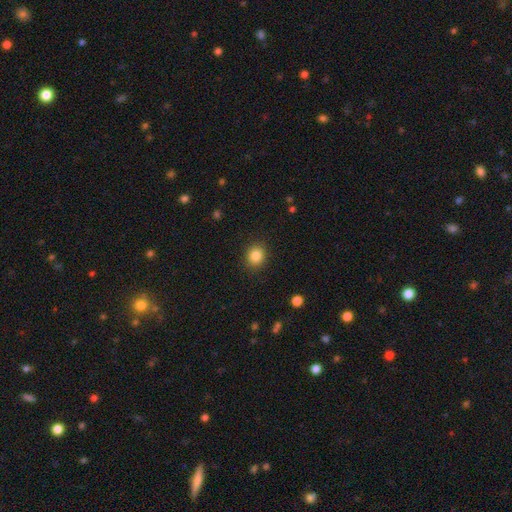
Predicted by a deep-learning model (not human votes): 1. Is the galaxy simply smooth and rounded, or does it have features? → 85% smooth, 10% star or artifact, 5% featured or disk.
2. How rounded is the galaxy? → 76% round, 24% in between, 1% cigar-shaped.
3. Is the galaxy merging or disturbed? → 90% none, 7% minor disturbance, 2% major disturbance, 1% merger.